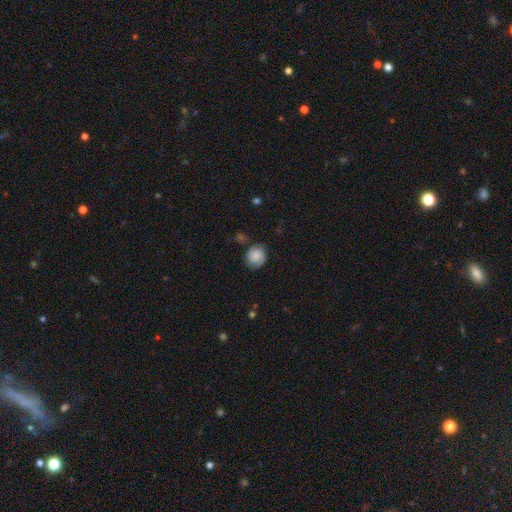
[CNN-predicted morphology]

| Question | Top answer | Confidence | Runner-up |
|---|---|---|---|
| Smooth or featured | smooth | 62% | featured or disk (29%) |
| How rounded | round | 79% | in between (20%) |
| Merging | none | 67% | minor disturbance (23%) |